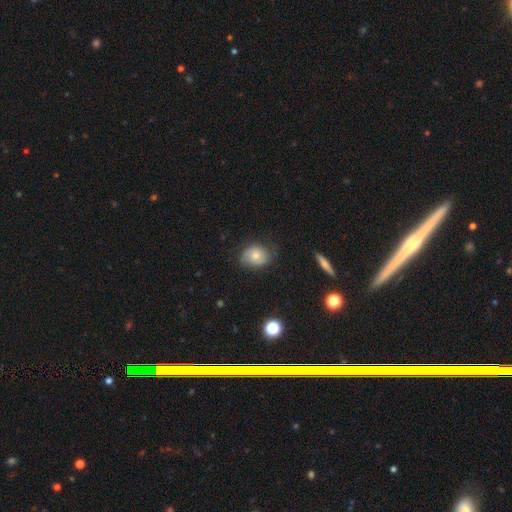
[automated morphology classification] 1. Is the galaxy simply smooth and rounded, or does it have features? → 56% smooth, 35% featured or disk, 9% star or artifact.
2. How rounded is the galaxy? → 52% in between, 47% round, 1% cigar-shaped.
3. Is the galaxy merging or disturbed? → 64% none, 26% minor disturbance, 9% major disturbance, 1% merger.